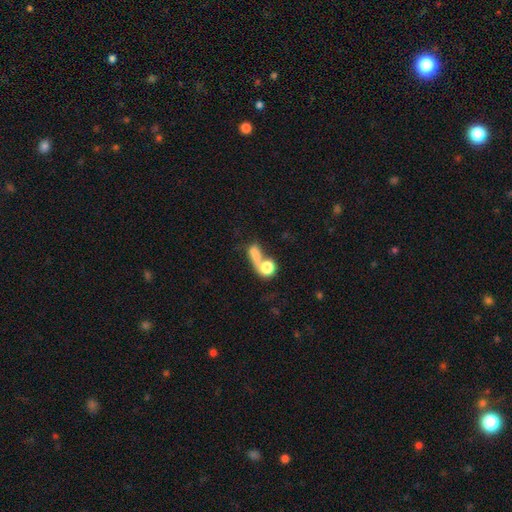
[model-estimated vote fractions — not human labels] A smooth galaxy with no disk features (68%) that is in between round and cigar-shaped (50%).

Vote fractions:
- Smooth or featured? smooth: 68% / featured or disk: 21% / star or artifact: 12%
- How rounded? in between: 50% / round: 40% / cigar-shaped: 9%
- Merging? merger: 61% / none: 19% / major disturbance: 13% / minor disturbance: 8%